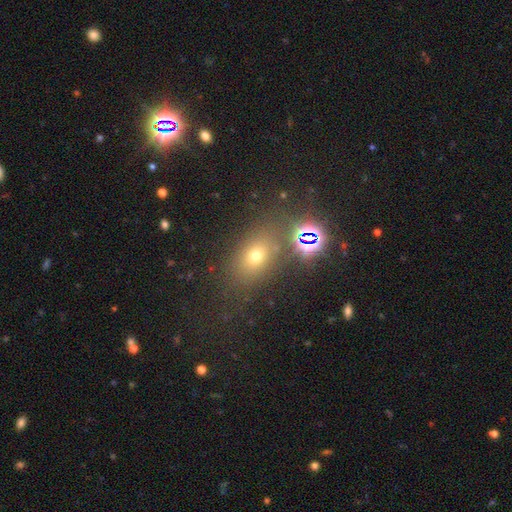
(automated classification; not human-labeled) Smooth or featured: smooth — 60% (star or artifact — 27%)
How rounded: in between — 66% (round — 32%)
Merging: none — 74% (minor disturbance — 12%)